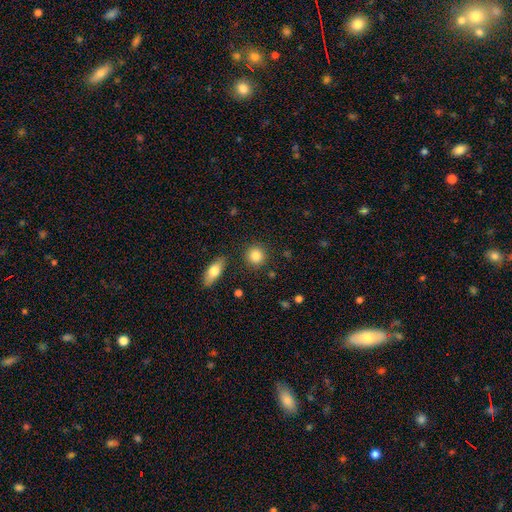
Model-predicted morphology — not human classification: A smooth galaxy with no disk features (85%) that is round (90%). Merging: none (88%).